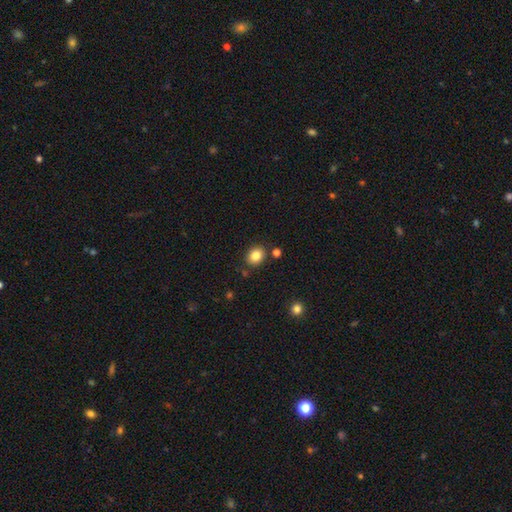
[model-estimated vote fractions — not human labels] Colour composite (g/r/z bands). It shows a smooth galaxy with no disk features (84%) that is round (51%). Merging: none (83%).